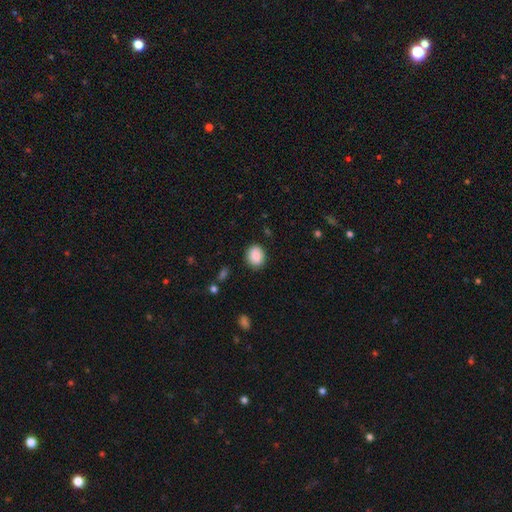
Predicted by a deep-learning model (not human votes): A smooth galaxy with no disk features (89%) that is round (52%). Merging: none (86%).